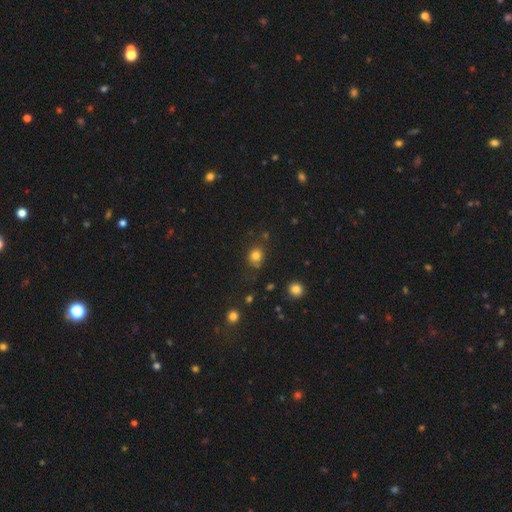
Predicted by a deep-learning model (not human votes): The model was most divided on "how rounded": round: 79%, in between: 20%, cigar-shaped: 1%. More confident: smooth or featured — smooth (80%); merging — none (75%).